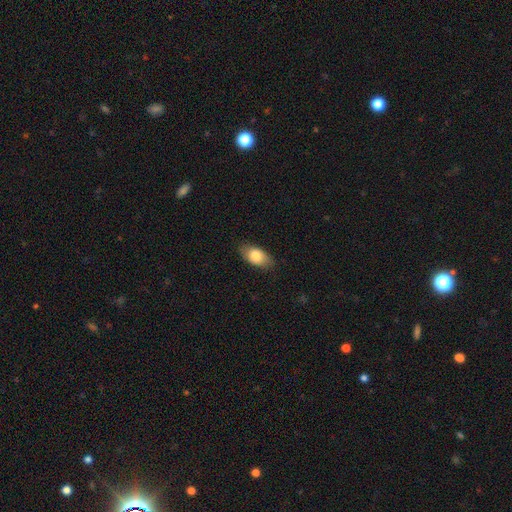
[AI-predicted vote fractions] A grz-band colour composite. It shows a smooth galaxy with no disk features (81%) that is in between round and cigar-shaped (90%). Merging: none (81%).